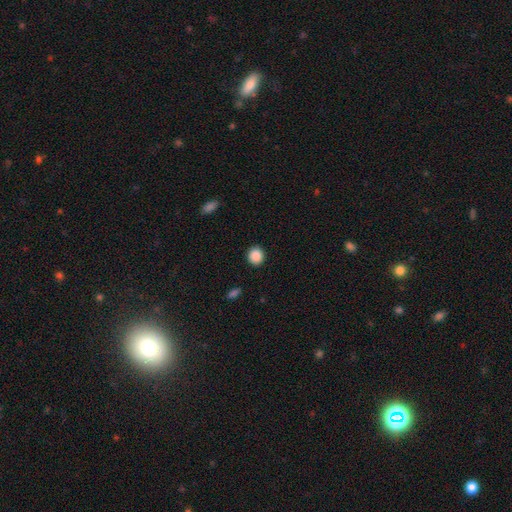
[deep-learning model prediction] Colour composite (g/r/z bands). It shows a smooth galaxy with no disk features (89%) that is round (85%). Merging: none (91%).